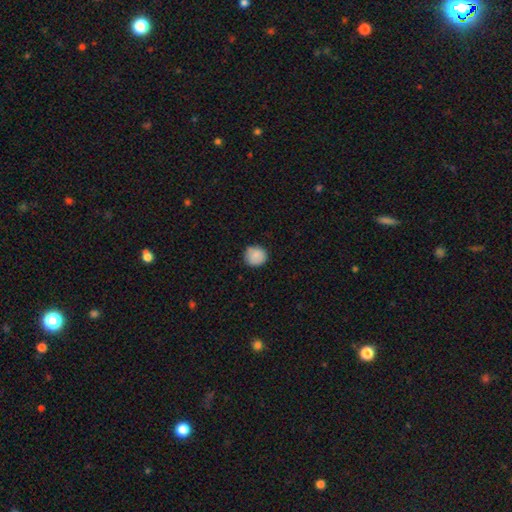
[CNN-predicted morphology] type=smooth (85%); roundness=round (89%); merging=none (79%).